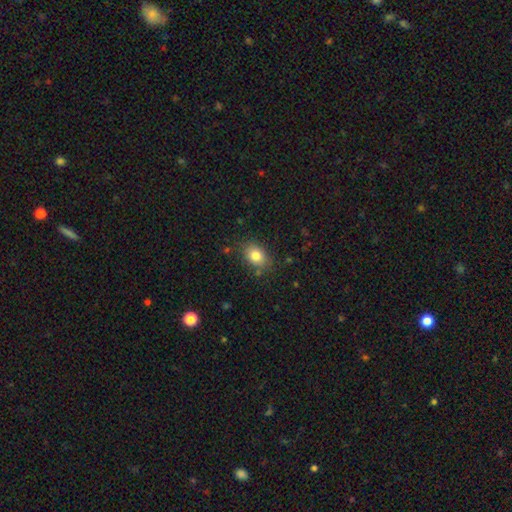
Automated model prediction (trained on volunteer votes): Smooth or featured? Predicted: smooth (p=0.82). How rounded? Predicted: in between (p=0.70). Merging? Predicted: none (p=0.81).